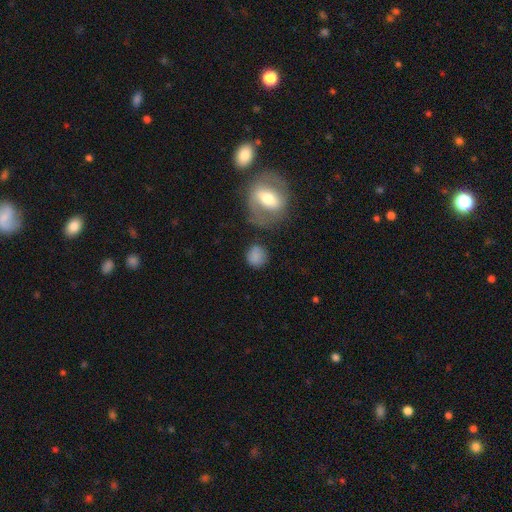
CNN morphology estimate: A smooth galaxy with no disk features (80%) that is round (77%).

Vote fractions:
- Smooth or featured? smooth: 80% / featured or disk: 11% / star or artifact: 10%
- How rounded? round: 77% / in between: 21% / cigar-shaped: 2%
- Merging? none: 71% / minor disturbance: 15% / major disturbance: 7% / merger: 6%